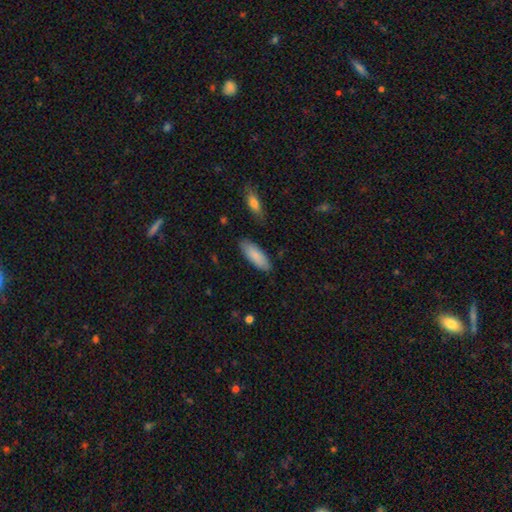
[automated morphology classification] Smooth or featured: smooth — 87% (featured or disk — 7%)
How rounded: in between — 70% (cigar-shaped — 29%)
Merging: none — 85% (minor disturbance — 11%)